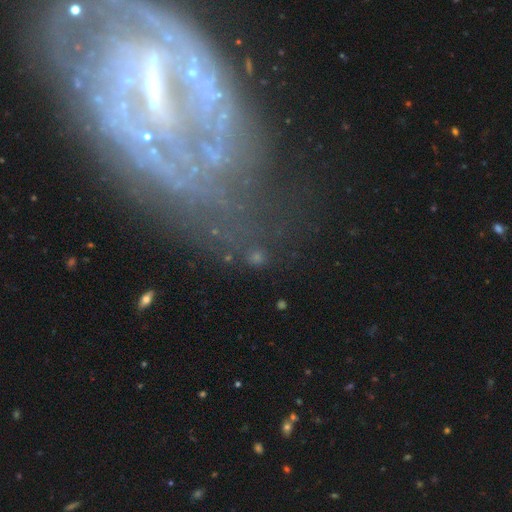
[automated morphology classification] Smooth or featured?
  - smooth: 40% * (tied)
  - star or artifact: 40% * (tied)
  - featured or disk: 20%
Merging?
  - none: 74% *
  - minor disturbance: 12%
  - major disturbance: 8%
  - merger: 6%